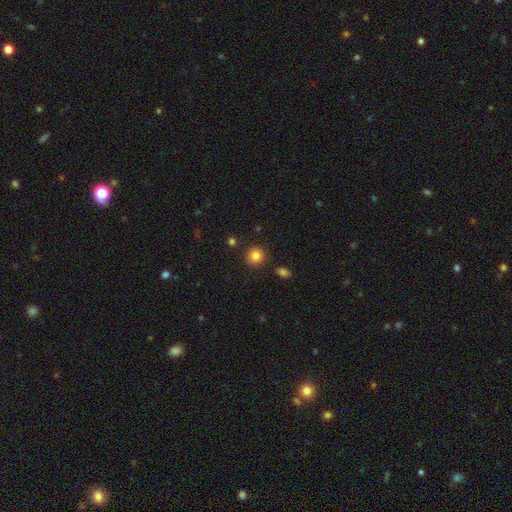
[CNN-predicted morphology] smooth_or_featured: smooth (p=0.84) [alt: star or artifact p=0.11]
how_rounded: round (p=0.91) [alt: in between p=0.08]
merging: none (p=0.88) [alt: minor disturbance p=0.07]